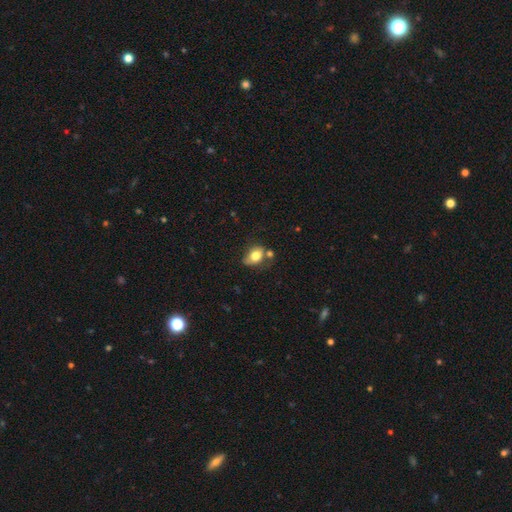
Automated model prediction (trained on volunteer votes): Q: Smooth or featured?
A: smooth (76%); runner-up: featured or disk (15%)
Q: How rounded?
A: in between (75%); runner-up: round (23%)
Q: Merging?
A: none (45%); runner-up: minor disturbance (27%)